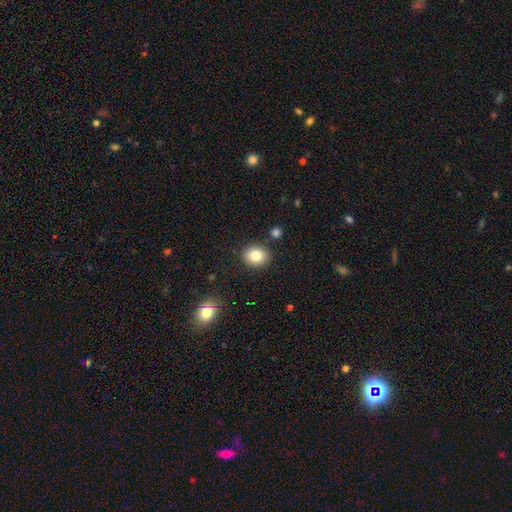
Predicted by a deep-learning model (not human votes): A smooth galaxy with no disk features (83%) that is round (61%). Merging: none (85%).